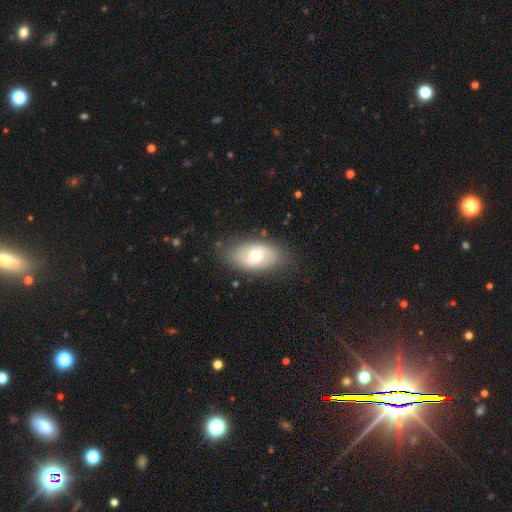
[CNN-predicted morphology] type=smooth (53%); roundness=in between (89%); merging=none (80%).